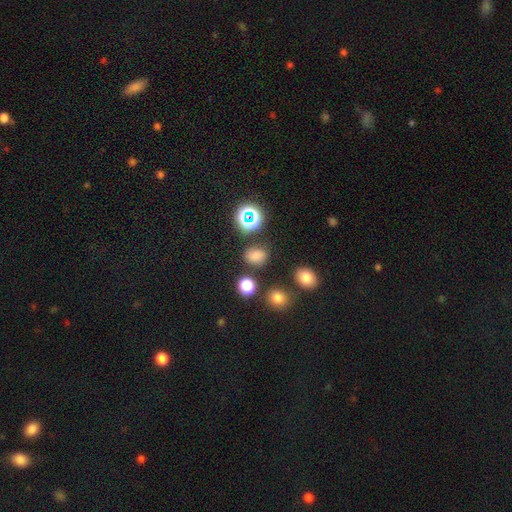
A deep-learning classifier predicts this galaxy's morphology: smooth 73%, star or artifact 21%, featured or disk 6%. Down the decision tree: how rounded — in between (56%); merging — none (79%).